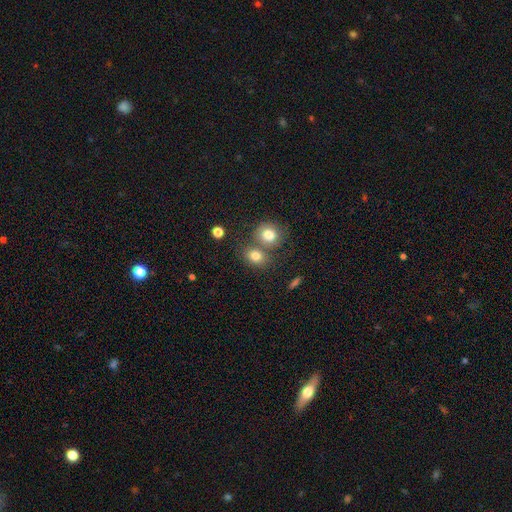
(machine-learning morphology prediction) The model was most divided on "how rounded": round: 55%, in between: 44%, cigar-shaped: 1%. More confident: smooth or featured — smooth (79%); merging — none (50%).